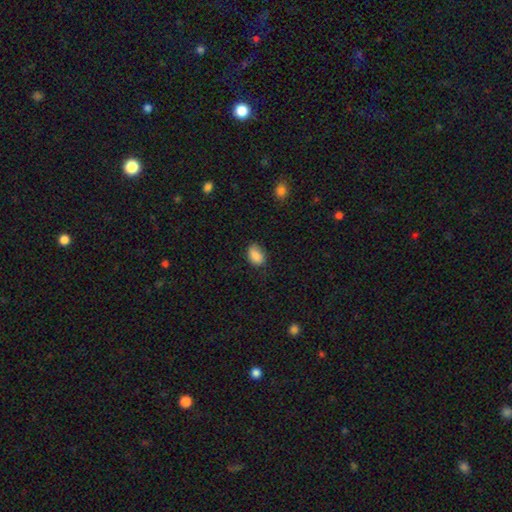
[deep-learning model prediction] A smooth galaxy with no disk features (87%) that is in between round and cigar-shaped (82%). Merging: none (71%).